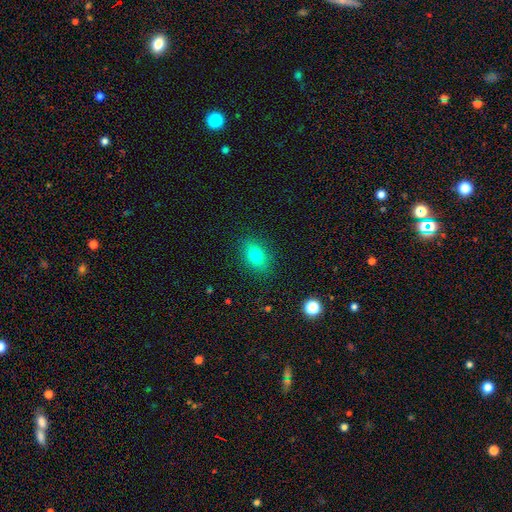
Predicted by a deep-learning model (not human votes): Overall: smooth (79%). How rounded: in between (77%). Merging: none (86%).